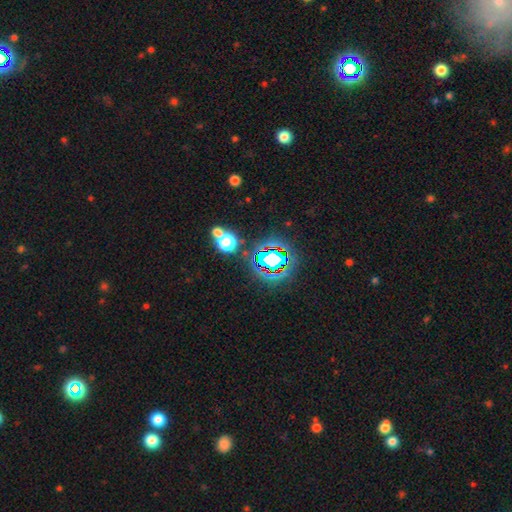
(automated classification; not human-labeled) This is likely a star or artifact rather than a galaxy (75%).